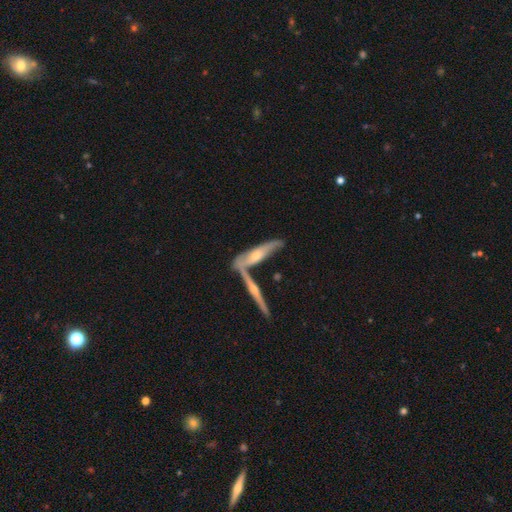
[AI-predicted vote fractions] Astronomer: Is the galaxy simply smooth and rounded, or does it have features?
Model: featured or disk — 68%.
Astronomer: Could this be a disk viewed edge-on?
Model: yes — 85%.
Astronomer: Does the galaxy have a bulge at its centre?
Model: rounded — 86%.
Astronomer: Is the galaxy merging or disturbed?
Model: none — 49% (runner-up: merger, 33%).